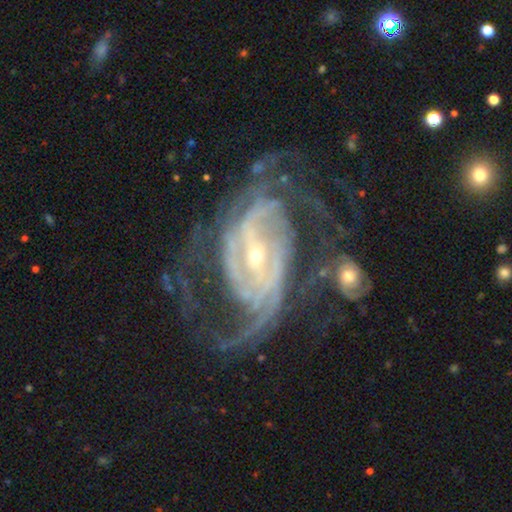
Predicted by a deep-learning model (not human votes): Q: Smooth or featured?
A: featured or disk (91%); runner-up: star or artifact (6%)
Q: Edge-on disk?
A: no (97%); runner-up: yes (3%)
Q: Bar?
A: strong (45%); runner-up: weak (34%)
Q: Spiral arms?
A: yes (97%); runner-up: no (3%)
Q: Spiral winding?
A: medium (45%); runner-up: tight (34%)
Q: Spiral arm count?
A: 2 (39%); runner-up: can't tell (19%)
Q: Bulge size?
A: small (74%); runner-up: moderate (22%)
Q: Merging?
A: none (46%); runner-up: major disturbance (27%)